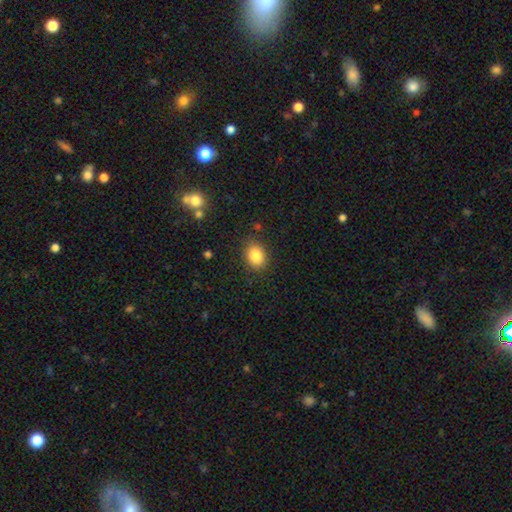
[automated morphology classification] Smooth or featured: smooth — 85% (star or artifact — 9%)
How rounded: in between — 57% (round — 42%)
Merging: none — 85% (minor disturbance — 11%)